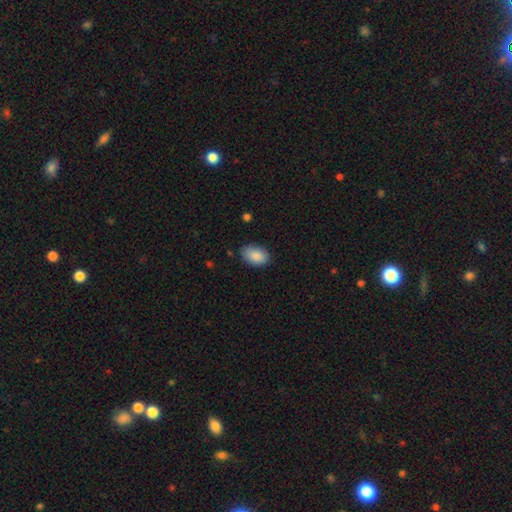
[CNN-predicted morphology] Smooth or featured?
  - smooth: 89% *
  - star or artifact: 6%
  - featured or disk: 5%
How rounded?
  - in between: 90% *
  - round: 9%
  - cigar-shaped: 1%
Merging?
  - none: 82% *
  - minor disturbance: 14%
  - major disturbance: 3%
  - merger: 1%